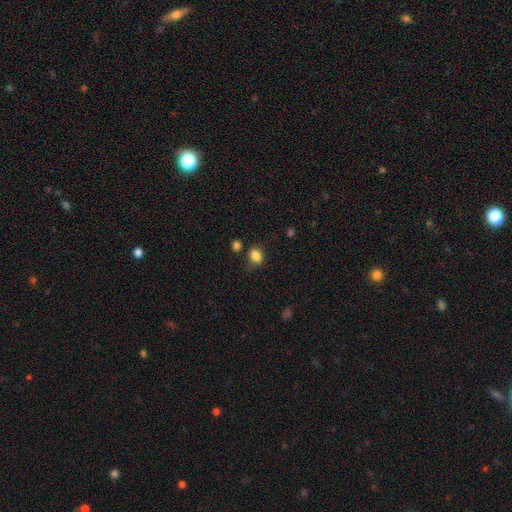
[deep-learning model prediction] Smooth or featured? Predicted: smooth (p=0.84). How rounded? Predicted: in between (p=0.61). Merging? Predicted: none (p=0.71).